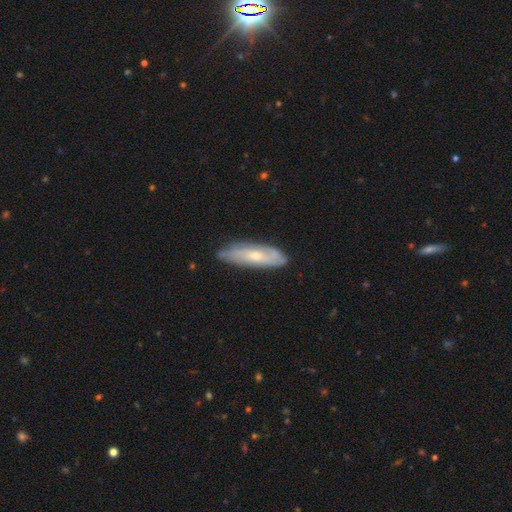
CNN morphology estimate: A featured or disk galaxy (53%).

Vote fractions:
- Smooth or featured? featured or disk: 53% / smooth: 41% / star or artifact: 6%
- Edge-on disk? no: 66% / yes: 34%
- Merging? none: 76% / minor disturbance: 19% / major disturbance: 4% / merger: 2%